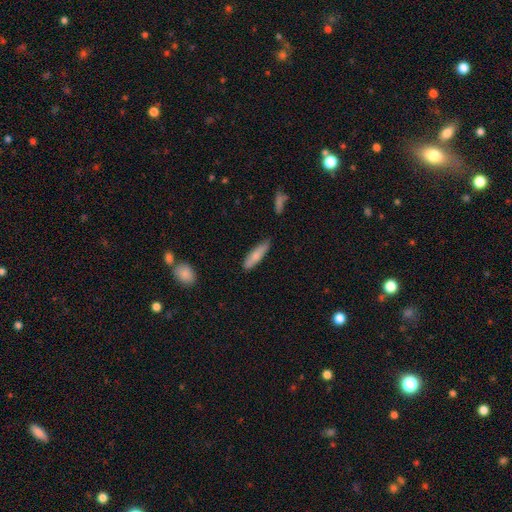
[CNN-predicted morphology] smooth-or-featured: smooth: 75% | featured or disk: 19% | star or artifact: 6%
  how-rounded: cigar-shaped: 69% | in between: 29% | round: 2%
  merging: none: 79% | minor disturbance: 16% | major disturbance: 2% | merger: 2%